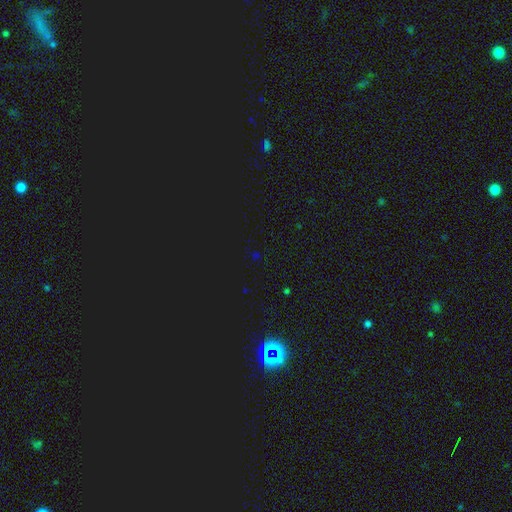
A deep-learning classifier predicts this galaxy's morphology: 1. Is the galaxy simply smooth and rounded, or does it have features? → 75% star or artifact, 18% smooth, 6% featured or disk.